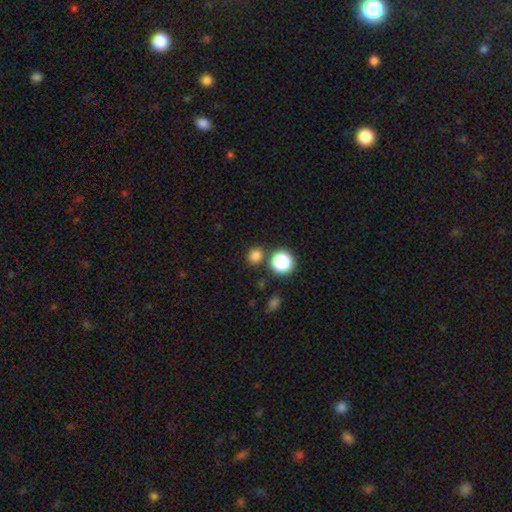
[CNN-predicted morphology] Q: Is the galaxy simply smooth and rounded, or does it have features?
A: smooth — 79%.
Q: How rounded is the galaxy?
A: round — 81%.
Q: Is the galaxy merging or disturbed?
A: none — 78%.